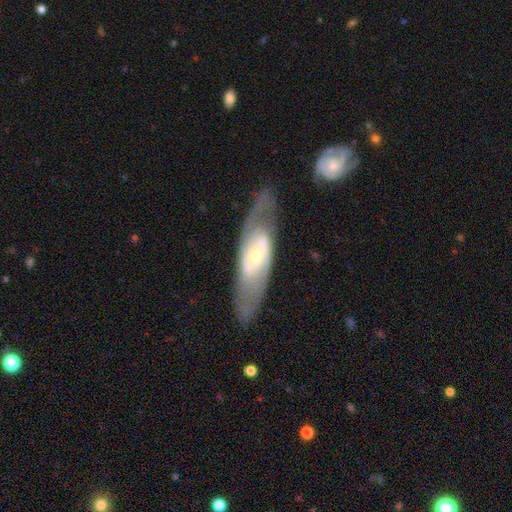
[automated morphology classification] Overall: featured or disk (78%). Edge-on disk: no (82%). Bar: no (50%; weak 33%). Spiral arms: yes (79%). Spiral arm count: 2 (68%). Spiral winding: tight (43%; medium 40%). Bulge size: small (56%; moderate 39%). Merging: none (75%).